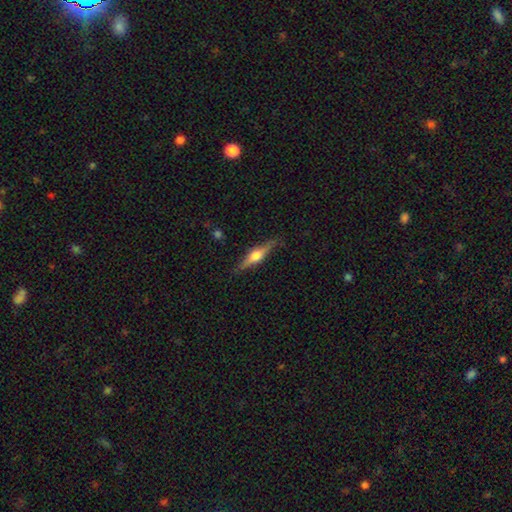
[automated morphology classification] The model was most divided on "smooth or featured": featured or disk: 66%, smooth: 28%, star or artifact: 6%. More confident: edge-on disk — yes (96%); edge-on bulge — rounded (92%); merging — none (85%).